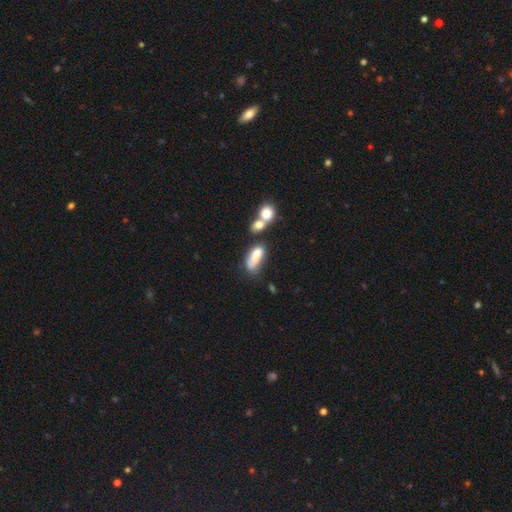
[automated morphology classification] Smooth or featured: smooth — 72% (featured or disk — 18%)
How rounded: in between — 70% (cigar-shaped — 25%)
Merging: merger — 38% (none — 31%)